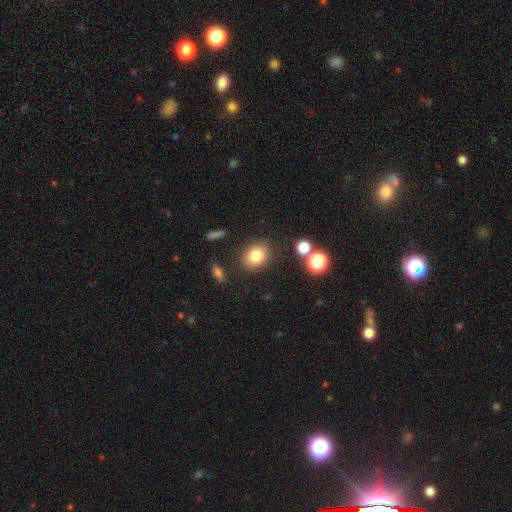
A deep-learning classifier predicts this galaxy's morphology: Q: Smooth or featured?
A: smooth (81%); runner-up: star or artifact (11%)
Q: How rounded?
A: in between (52%); runner-up: round (47%)
Q: Merging?
A: none (82%); runner-up: minor disturbance (10%)